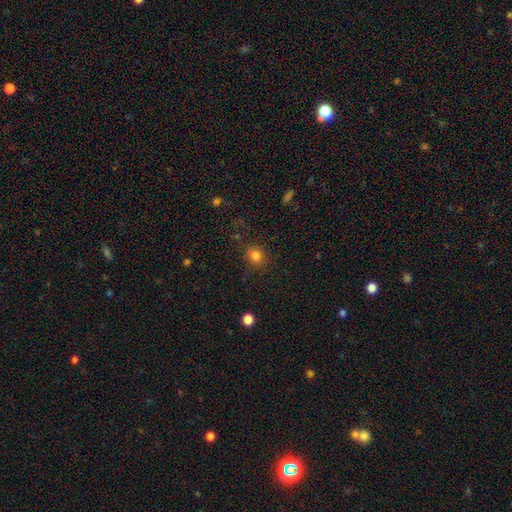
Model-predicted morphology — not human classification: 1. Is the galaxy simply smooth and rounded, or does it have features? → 81% smooth, 14% star or artifact, 6% featured or disk.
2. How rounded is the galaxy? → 81% round, 18% in between, 1% cigar-shaped.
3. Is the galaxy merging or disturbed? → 85% none, 10% minor disturbance, 3% major disturbance, 2% merger.